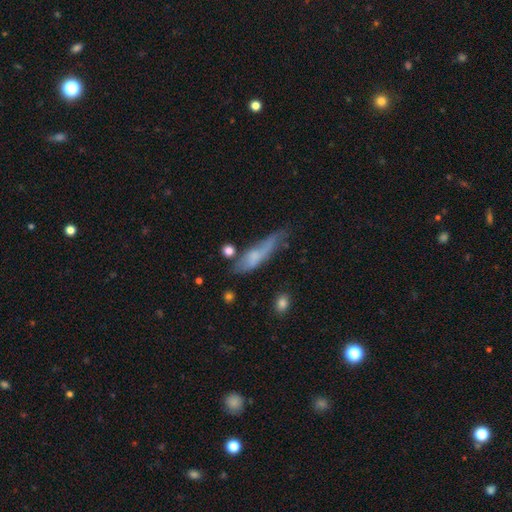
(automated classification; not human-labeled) Smooth or featured? smooth (58%)
How rounded? cigar-shaped (70%)
Merging? none (46%)